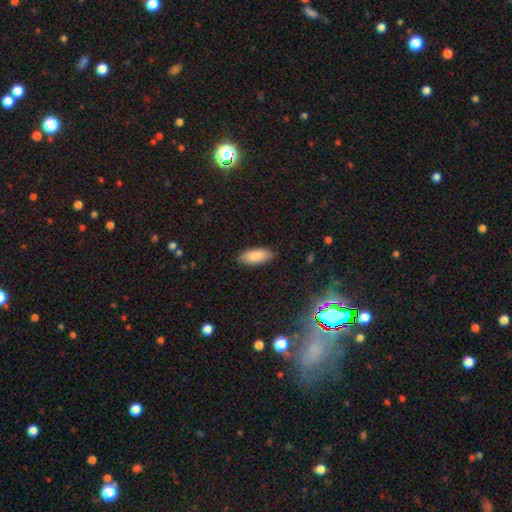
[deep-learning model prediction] A smooth galaxy with no disk features (86%) that is in between round and cigar-shaped (87%). Merging: none (88%).